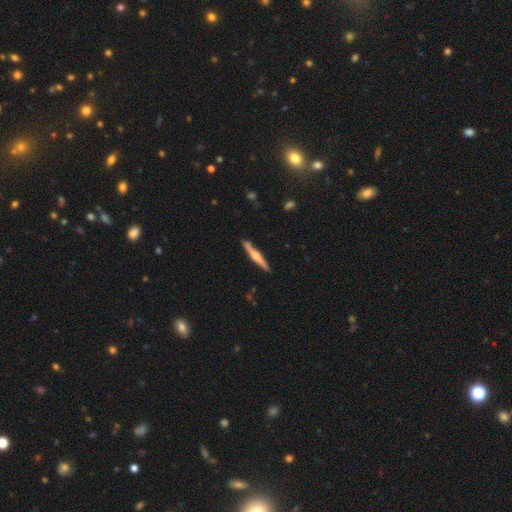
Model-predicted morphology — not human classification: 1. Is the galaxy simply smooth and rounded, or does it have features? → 58% featured or disk, 37% smooth, 5% star or artifact.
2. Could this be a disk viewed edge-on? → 96% yes, 4% no.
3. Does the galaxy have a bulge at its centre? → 70% rounded, 18% boxy, 12% none.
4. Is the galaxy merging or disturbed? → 85% none, 11% minor disturbance, 3% merger, 2% major disturbance.